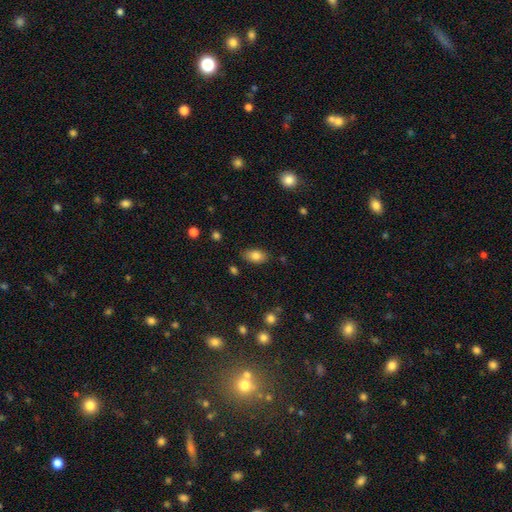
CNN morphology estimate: smooth 82%, featured or disk 9%, star or artifact 9%. Down the decision tree: how rounded — in between (91%); merging — none (82%).